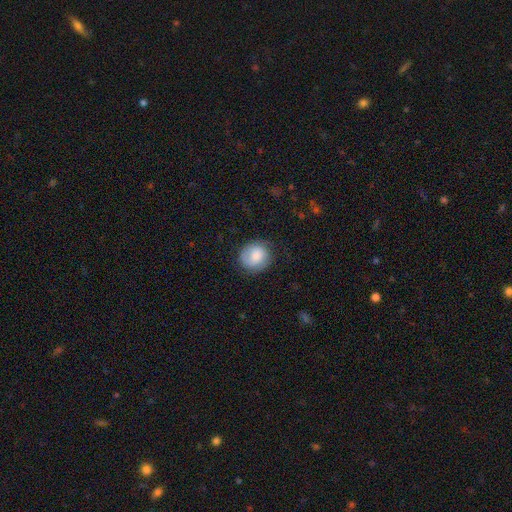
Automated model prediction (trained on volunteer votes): A smooth galaxy with no disk features (73%) that is round (83%). Merging: none (74%).